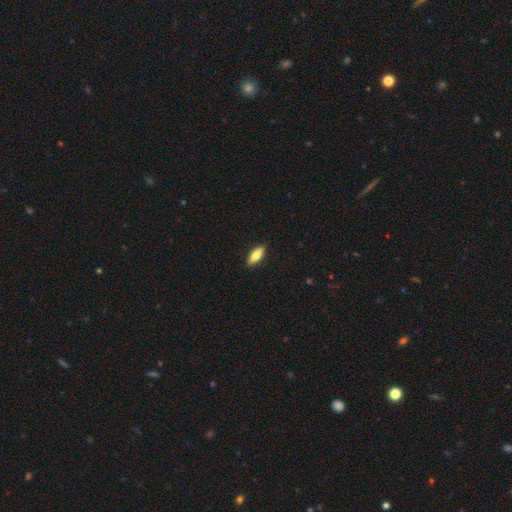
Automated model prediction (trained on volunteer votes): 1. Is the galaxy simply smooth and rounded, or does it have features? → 68% smooth, 27% featured or disk, 6% star or artifact.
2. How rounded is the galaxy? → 61% in between, 37% cigar-shaped, 2% round.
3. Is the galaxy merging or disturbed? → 91% none, 7% minor disturbance, 1% major disturbance, 1% merger.